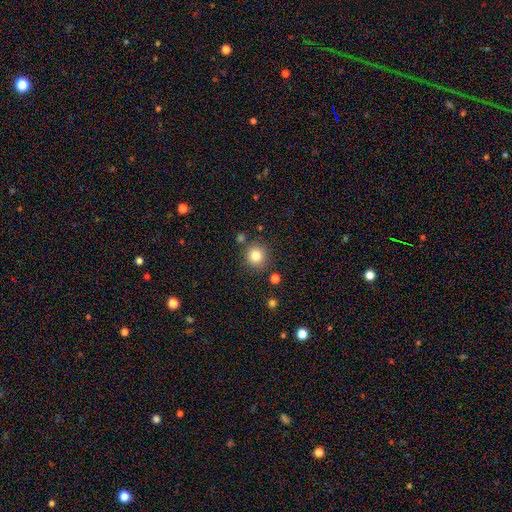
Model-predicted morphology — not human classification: A smooth galaxy with no disk features (82%) that is round (92%).

Vote fractions:
- Smooth or featured? smooth: 82% / star or artifact: 11% / featured or disk: 7%
- How rounded? round: 92% / in between: 7% / cigar-shaped: 1%
- Merging? none: 84% / minor disturbance: 9% / merger: 5% / major disturbance: 3%